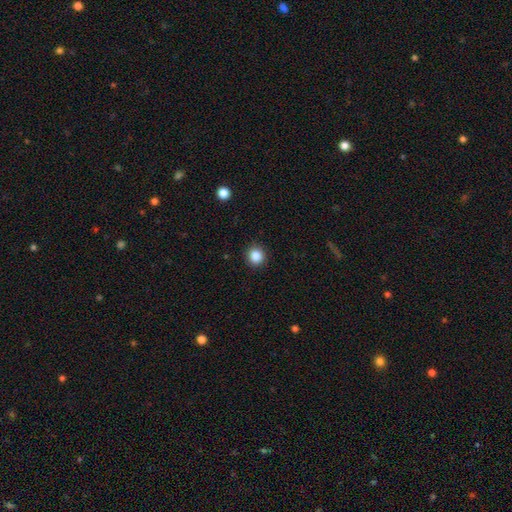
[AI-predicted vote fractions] Q: Smooth or featured?
A: smooth (85%); runner-up: star or artifact (11%)
Q: How rounded?
A: round (93%); runner-up: in between (6%)
Q: Merging?
A: none (92%); runner-up: minor disturbance (5%)